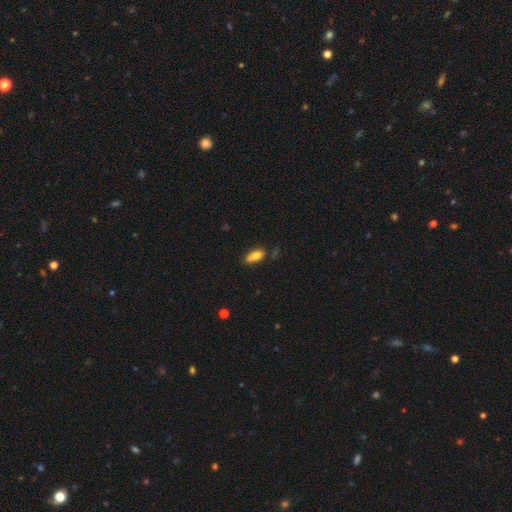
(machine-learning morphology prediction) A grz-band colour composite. It shows a smooth galaxy with no disk features (77%) that is in between round and cigar-shaped (83%). Merging: none (60%).